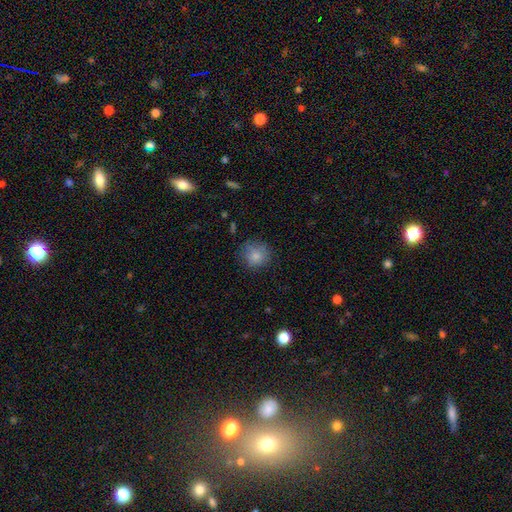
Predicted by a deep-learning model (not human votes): Morphology: type=smooth (83%); roundness=round (89%); merging=none (77%).